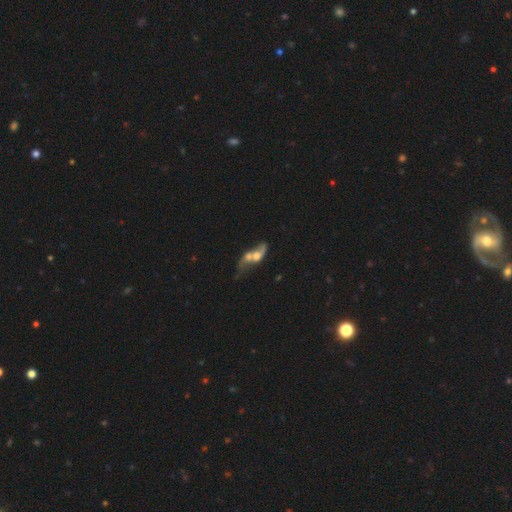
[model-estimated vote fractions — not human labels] A featured or disk galaxy (55%).

Vote fractions:
- Smooth or featured? featured or disk: 55% / smooth: 35% / star or artifact: 10%
- Edge-on disk? no: 84% / yes: 16%
- Merging? merger: 63% / major disturbance: 14% / none: 14% / minor disturbance: 8%